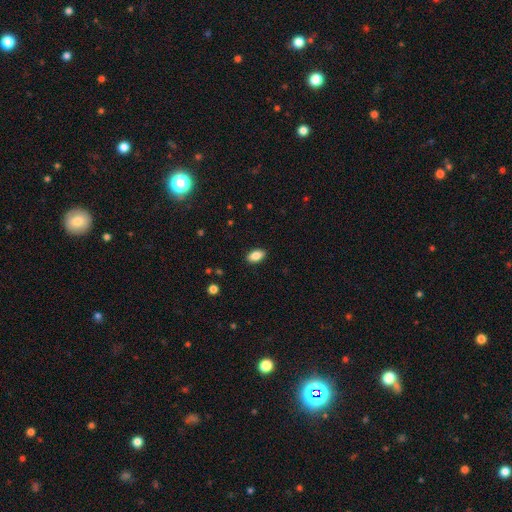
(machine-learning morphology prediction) Smooth or featured: smooth — 86% (star or artifact — 7%)
How rounded: in between — 92% (round — 4%)
Merging: none — 89% (minor disturbance — 8%)